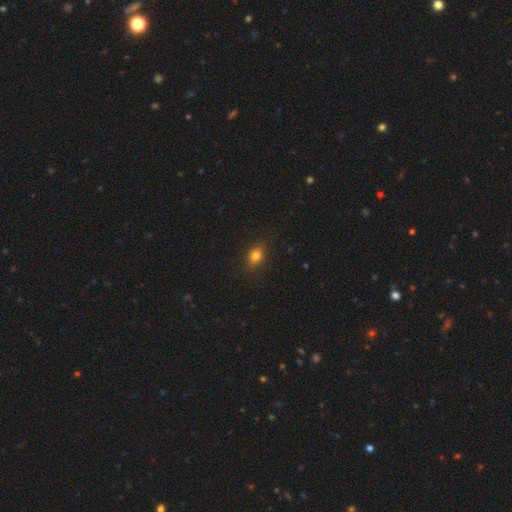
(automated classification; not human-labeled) Morphology: type=smooth (80%); roundness=in between (68%); merging=none (86%).